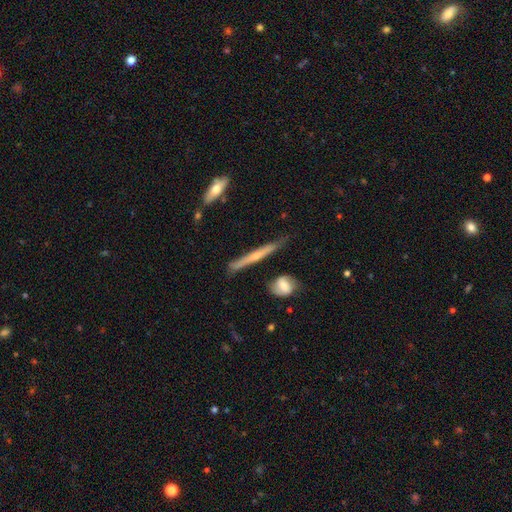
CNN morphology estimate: smooth_or_featured: featured or disk (p=0.64) [alt: smooth p=0.30]
disk_edge_on: yes (p=0.95) [alt: no p=0.05]
edge_on_bulge: rounded (p=0.67) [alt: none p=0.28]
merging: none (p=0.78) [alt: minor disturbance p=0.16]